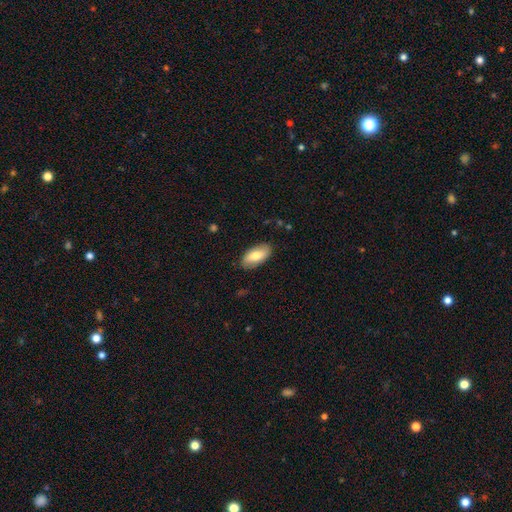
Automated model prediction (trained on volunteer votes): Morphology: type=smooth (71%); roundness=in between (92%); merging=none (86%).